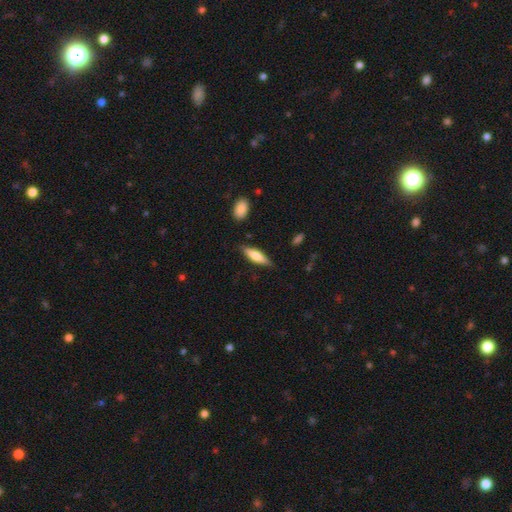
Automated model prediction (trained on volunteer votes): Smooth or featured: smooth — 61% (featured or disk — 33%)
How rounded: cigar-shaped — 62% (in between — 36%)
Merging: none — 82% (minor disturbance — 13%)